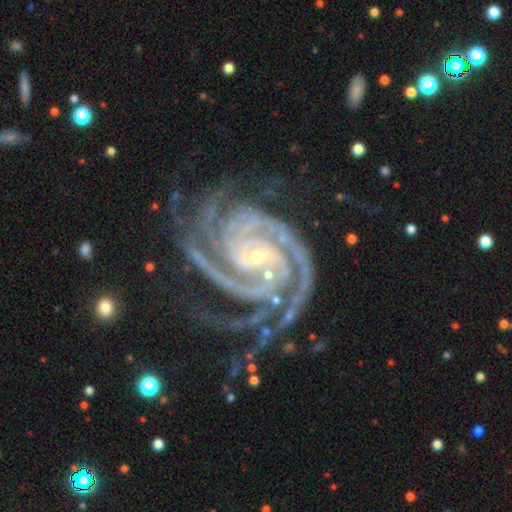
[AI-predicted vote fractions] Q: Smooth or featured?
A: featured or disk (94%); runner-up: star or artifact (4%)
Q: Edge-on disk?
A: no (98%); runner-up: yes (2%)
Q: Bar?
A: no (46%); runner-up: weak (29%)
Q: Spiral arms?
A: yes (99%); runner-up: no (1%)
Q: Spiral winding?
A: tight (77%); runner-up: medium (21%)
Q: Spiral arm count?
A: 3 (32%); runner-up: 4 (25%)
Q: Bulge size?
A: small (79%); runner-up: moderate (17%)
Q: Merging?
A: none (68%); runner-up: minor disturbance (20%)